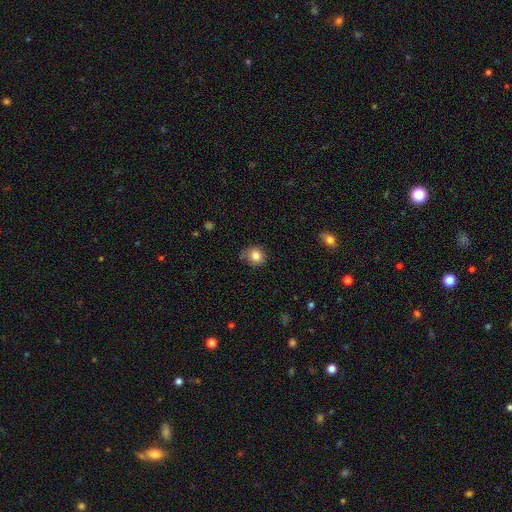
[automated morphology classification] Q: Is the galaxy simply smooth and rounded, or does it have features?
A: smooth — 83%.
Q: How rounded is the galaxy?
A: round — 82%.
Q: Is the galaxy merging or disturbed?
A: none — 73%.